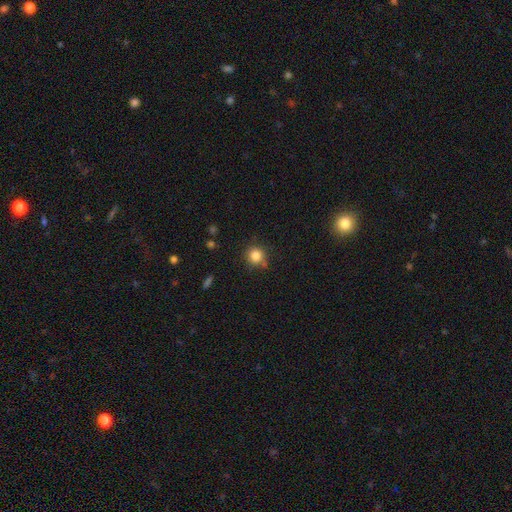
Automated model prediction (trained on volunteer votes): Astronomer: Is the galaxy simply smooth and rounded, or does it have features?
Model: smooth — 84%.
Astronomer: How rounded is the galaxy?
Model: round — 90%.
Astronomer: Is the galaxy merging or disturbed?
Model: none — 75%.